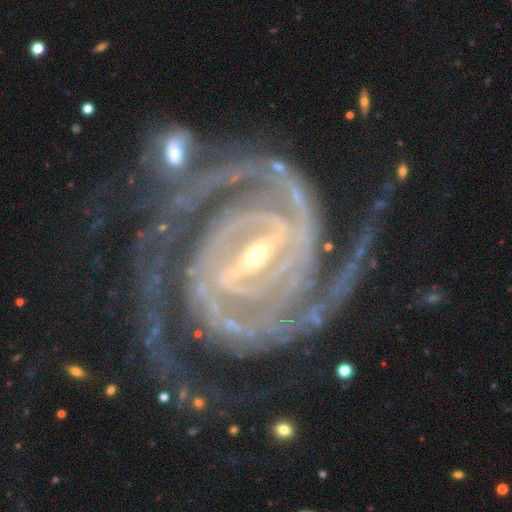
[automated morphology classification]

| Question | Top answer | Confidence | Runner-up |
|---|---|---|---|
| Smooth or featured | featured or disk | 94% | star or artifact (4%) |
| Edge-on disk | no | 97% | yes (3%) |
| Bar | strong | 67% | weak (26%) |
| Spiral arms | yes | 99% | no (1%) |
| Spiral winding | tight | 70% | medium (26%) |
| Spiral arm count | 2 | 58% | 3 (16%) |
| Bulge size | small | 67% | moderate (28%) |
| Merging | none | 62% | minor disturbance (17%) |